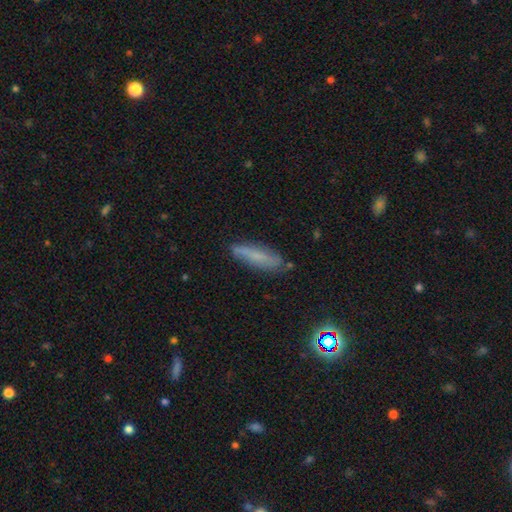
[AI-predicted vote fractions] The model was most divided on "smooth or featured": smooth: 57%, featured or disk: 33%, star or artifact: 11%. More confident: merging — none (77%); how rounded — cigar-shaped (72%).